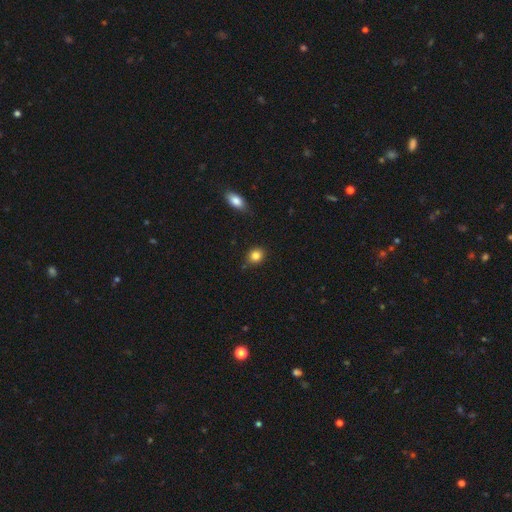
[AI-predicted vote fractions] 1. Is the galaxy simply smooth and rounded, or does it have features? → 84% smooth, 10% star or artifact, 5% featured or disk.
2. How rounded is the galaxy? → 71% round, 28% in between, 1% cigar-shaped.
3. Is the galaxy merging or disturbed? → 84% none, 12% minor disturbance, 2% major disturbance, 2% merger.